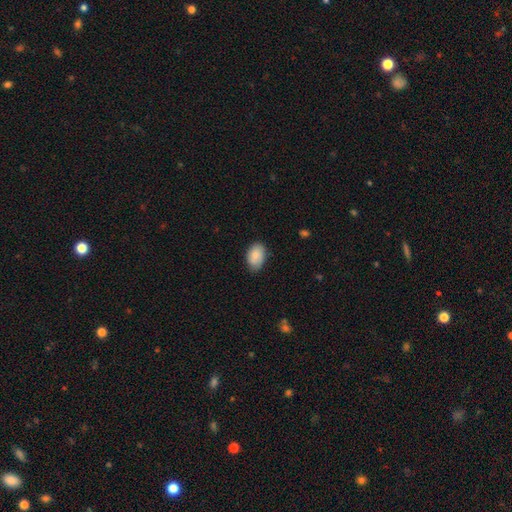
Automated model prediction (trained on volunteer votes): Q: Smooth or featured?
A: smooth (84%); runner-up: featured or disk (10%)
Q: How rounded?
A: in between (88%); runner-up: round (11%)
Q: Merging?
A: none (76%); runner-up: minor disturbance (20%)